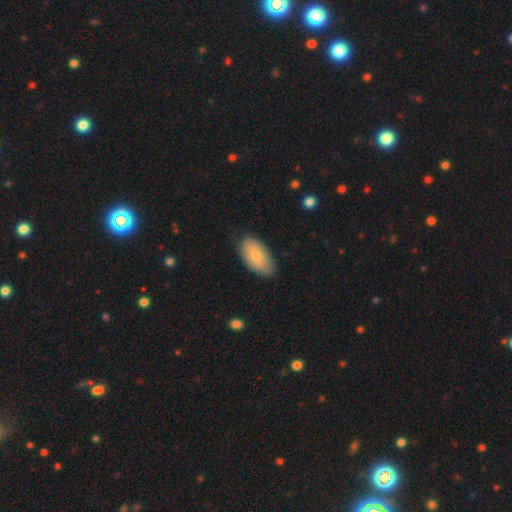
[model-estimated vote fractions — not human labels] A smooth galaxy with no disk features (75%) that is in between round and cigar-shaped (94%).

Vote fractions:
- Smooth or featured? smooth: 75% / featured or disk: 20% / star or artifact: 6%
- How rounded? in between: 94% / round: 3% / cigar-shaped: 3%
- Merging? none: 76% / minor disturbance: 19% / major disturbance: 3% / merger: 1%